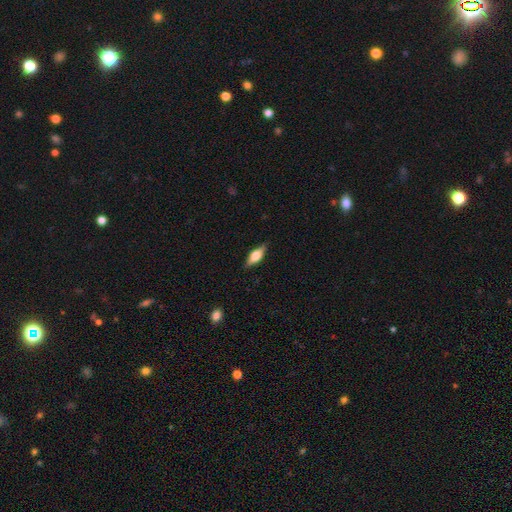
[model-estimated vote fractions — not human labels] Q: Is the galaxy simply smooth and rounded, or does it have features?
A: featured or disk — 48%.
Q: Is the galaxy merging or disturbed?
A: none — 86%.